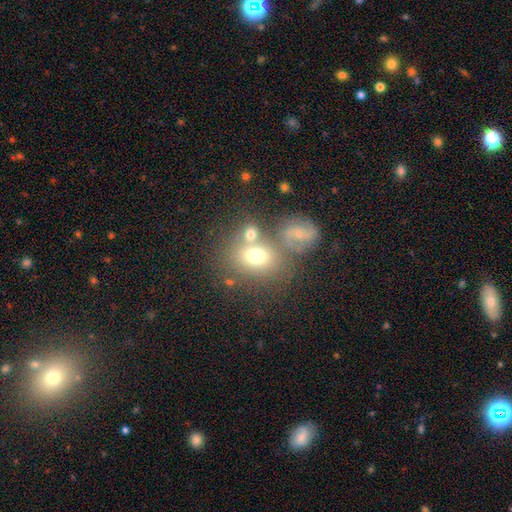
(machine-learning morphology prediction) type=smooth (65%); roundness=round (49%, tied with in between); merging=none (49%).